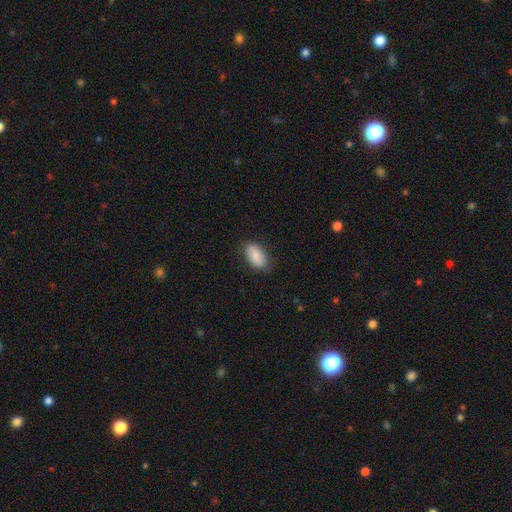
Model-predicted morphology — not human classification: Overall: smooth (87%). How rounded: in between (91%). Merging: none (81%).